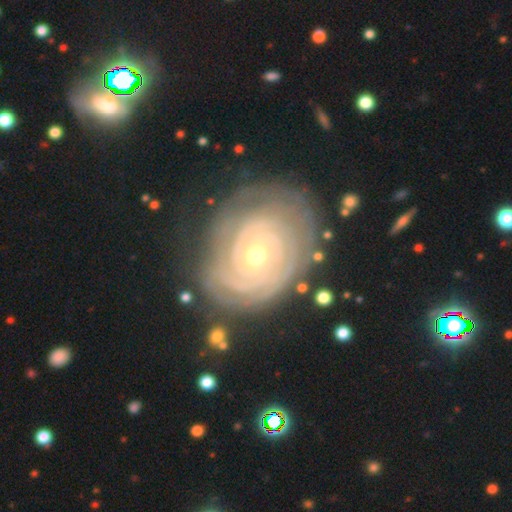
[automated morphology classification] The model was most divided on "bulge size": small: 54%, moderate: 43%, large: 2%, none: 1%, dominant: 1%. Remaining: edge-on disk — no (97%); spiral arms — yes (96%); smooth or featured — featured or disk (87%); spiral winding — tight (87%); merging — none (75%); bar — no (58%); spiral arm count — can't tell (34%).